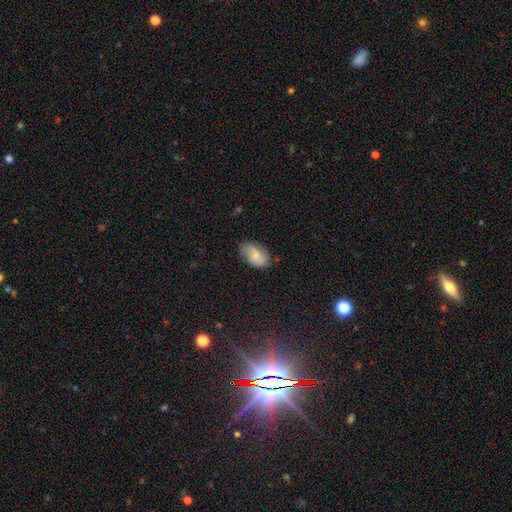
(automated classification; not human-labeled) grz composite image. It shows a smooth galaxy with no disk features (59%) that is in between round and cigar-shaped (90%). Merging: none (70%).